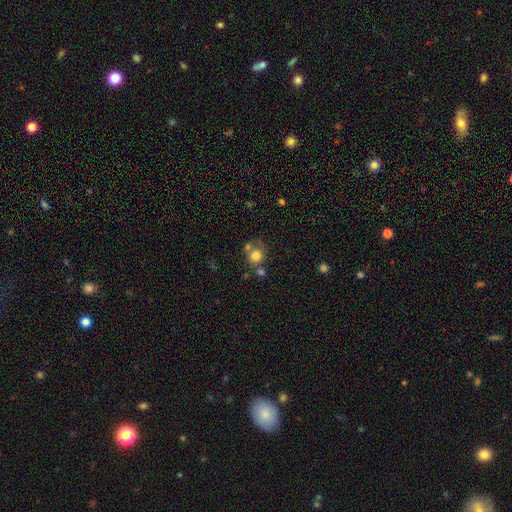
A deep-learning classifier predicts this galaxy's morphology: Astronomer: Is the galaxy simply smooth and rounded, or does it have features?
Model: smooth — 76%.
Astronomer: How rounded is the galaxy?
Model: round — 83%.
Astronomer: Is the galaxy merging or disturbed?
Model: none — 55%.